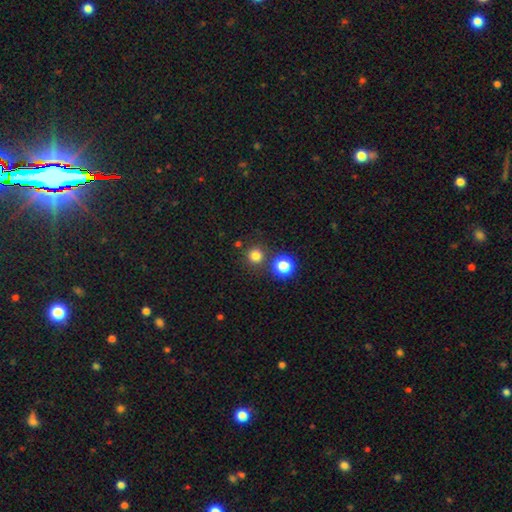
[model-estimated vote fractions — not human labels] Smooth or featured?
  - smooth: 78% *
  - star or artifact: 17%
  - featured or disk: 5%
How rounded?
  - round: 95% *
  - in between: 4%
  - cigar-shaped: 1%
Merging?
  - none: 83% *
  - merger: 9%
  - minor disturbance: 6%
  - major disturbance: 3%